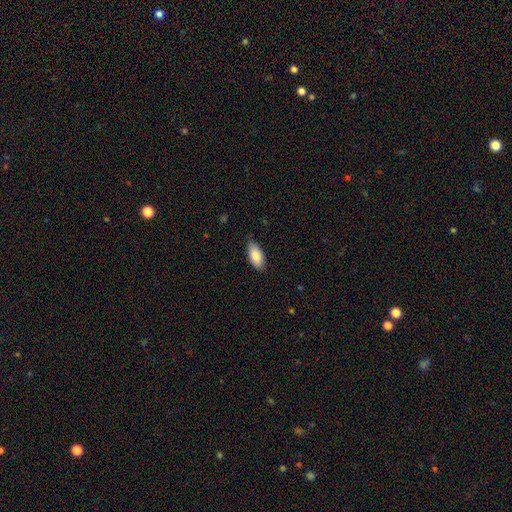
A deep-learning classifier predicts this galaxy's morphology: Smooth or featured? Predicted: smooth (p=0.83). How rounded? Predicted: in between (p=0.91). Merging? Predicted: none (p=0.79).